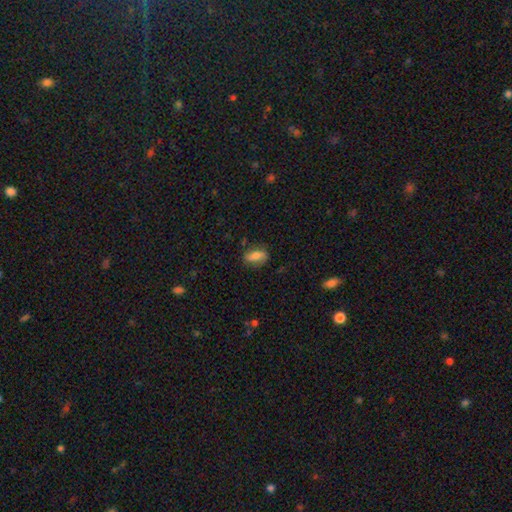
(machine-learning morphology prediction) Overall: smooth (66%). How rounded: in between (83%). Merging: none (71%).